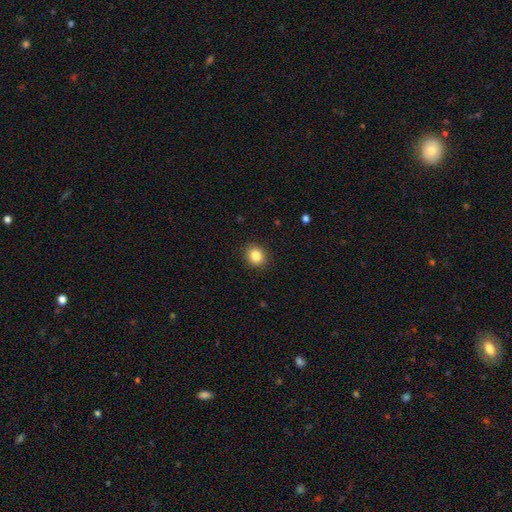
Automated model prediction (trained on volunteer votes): Smooth or featured: smooth — 85% (star or artifact — 10%)
How rounded: round — 70% (in between — 29%)
Merging: none — 90% (minor disturbance — 7%)